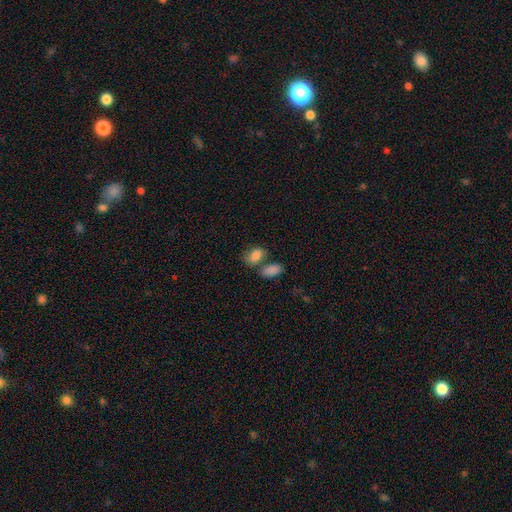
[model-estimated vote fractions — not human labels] smooth_or_featured: smooth (p=0.85) [alt: star or artifact p=0.08]
how_rounded: in between (p=0.87) [alt: round p=0.11]
merging: none (p=0.45) [alt: merger p=0.36]